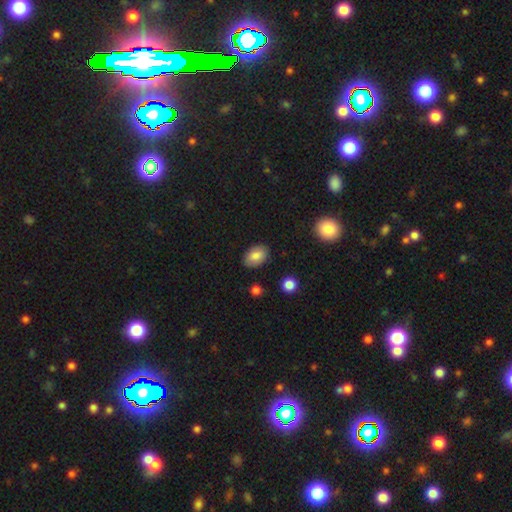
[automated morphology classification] Overall: smooth (84%). How rounded: in between (87%). Merging: none (86%).